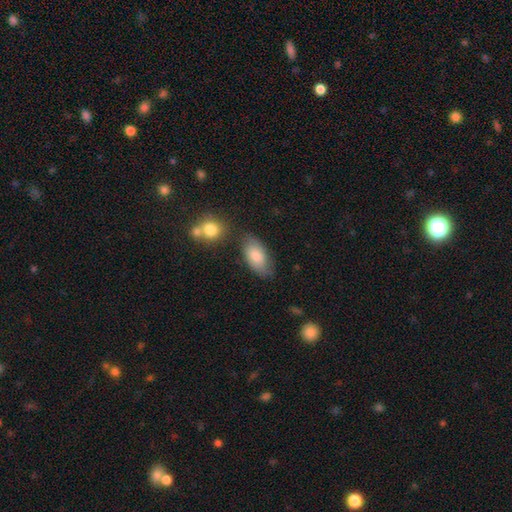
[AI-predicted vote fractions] smooth-or-featured: smooth: 77% | featured or disk: 16% | star or artifact: 7%
  how-rounded: in between: 92% | round: 4% | cigar-shaped: 4%
  merging: none: 71% | minor disturbance: 19% | merger: 6% | major disturbance: 5%